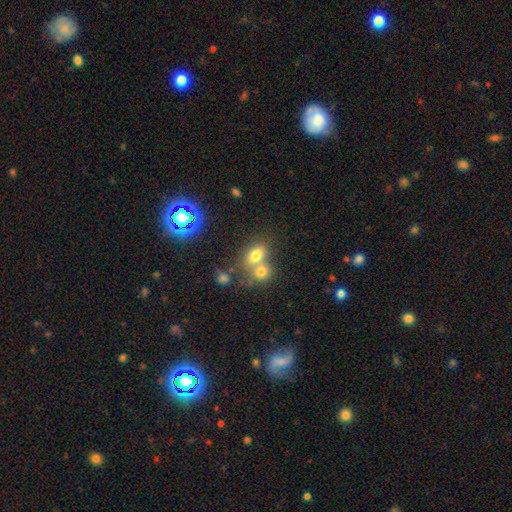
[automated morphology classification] This appears to be a smooth galaxy with no disk features (70%) that is in between round and cigar-shaped (58%). Merging: merger (57%).